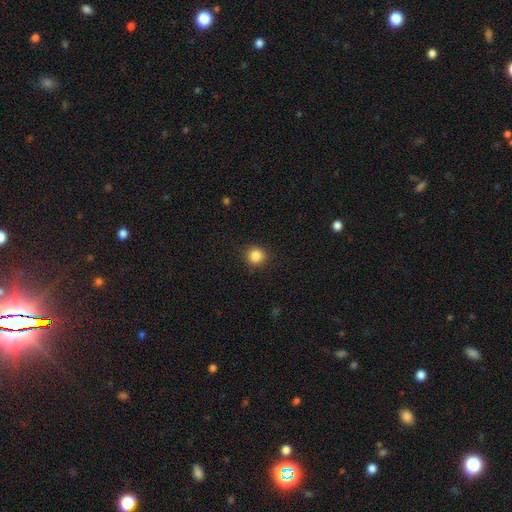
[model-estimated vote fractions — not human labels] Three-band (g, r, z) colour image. It shows a smooth galaxy with no disk features (85%) that is round (93%). Merging: none (90%).